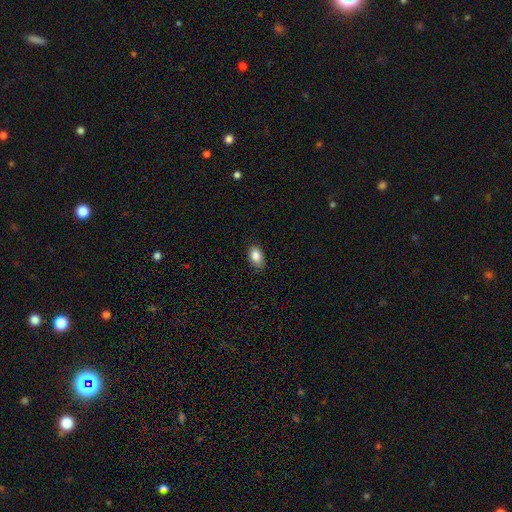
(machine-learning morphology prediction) Q: Smooth or featured?
A: smooth (86%); runner-up: star or artifact (8%)
Q: How rounded?
A: in between (88%); runner-up: round (10%)
Q: Merging?
A: none (82%); runner-up: minor disturbance (14%)